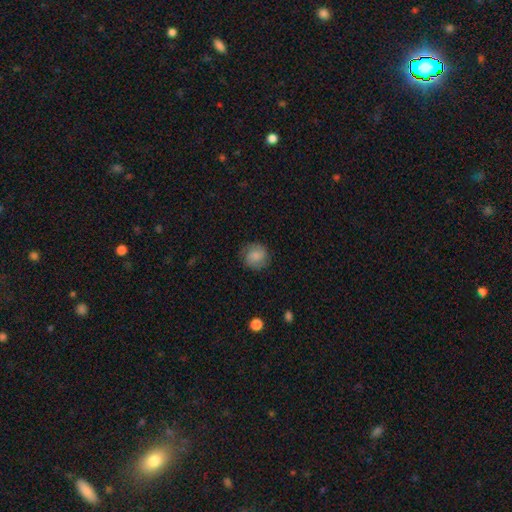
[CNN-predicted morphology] This appears to be a smooth galaxy with no disk features (66%) that is round (86%). Merging: none (78%).